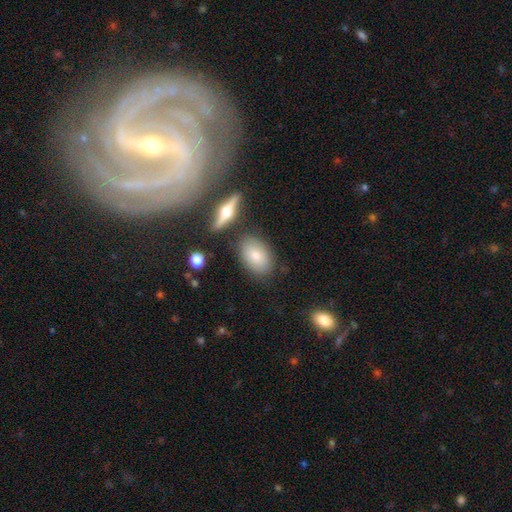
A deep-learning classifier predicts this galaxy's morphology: smooth-or-featured: smooth: 75% | featured or disk: 17% | star or artifact: 7%
  how-rounded: in between: 88% | round: 10% | cigar-shaped: 2%
  merging: none: 78% | minor disturbance: 12% | merger: 7% | major disturbance: 3%